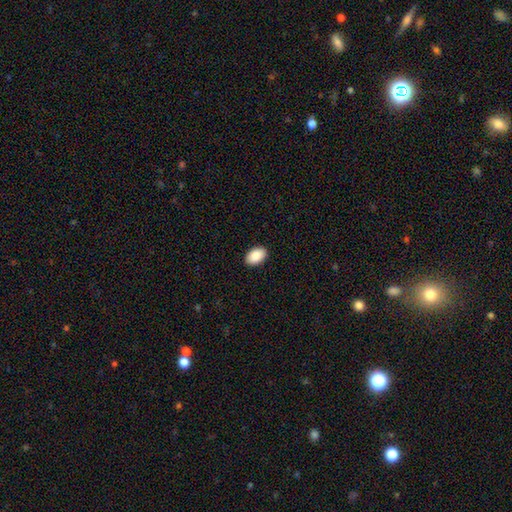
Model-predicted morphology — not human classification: Smooth or featured? smooth (89%)
How rounded? in between (91%)
Merging? none (91%)